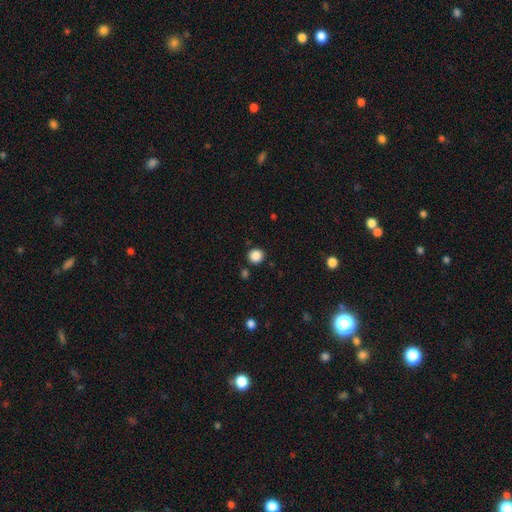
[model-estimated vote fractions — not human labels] Smooth or featured? smooth (87%)
How rounded? round (91%)
Merging? none (88%)